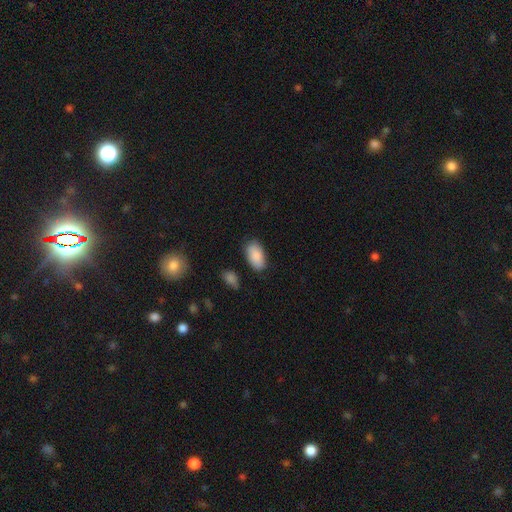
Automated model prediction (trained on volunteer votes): Smooth or featured? Predicted: smooth (p=0.89). How rounded? Predicted: in between (p=0.95). Merging? Predicted: none (p=0.80).